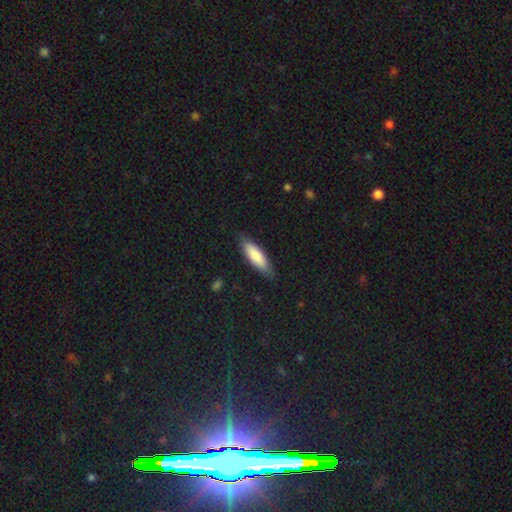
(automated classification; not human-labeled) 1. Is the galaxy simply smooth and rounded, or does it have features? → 81% smooth, 13% featured or disk, 5% star or artifact.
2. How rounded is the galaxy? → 51% cigar-shaped, 47% in between, 1% round.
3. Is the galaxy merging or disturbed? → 84% none, 13% minor disturbance, 2% major disturbance, 1% merger.